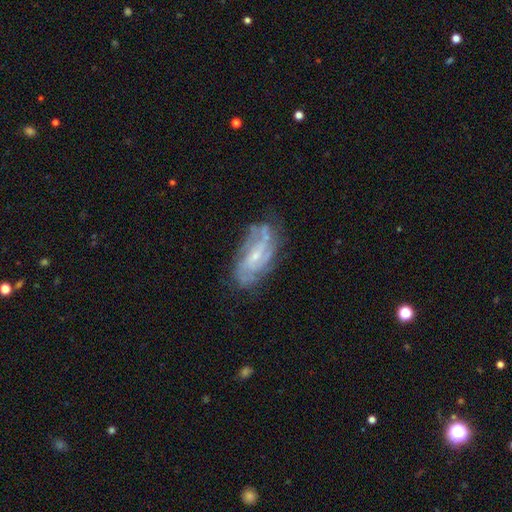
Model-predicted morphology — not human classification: smooth_or_featured: featured or disk (p=0.80) [alt: smooth p=0.13]
disk_edge_on: no (p=0.93) [alt: yes p=0.07]
bar: no (p=0.45) [alt: weak p=0.43]
has_spiral_arms: yes (p=0.91) [alt: no p=0.09]
spiral_winding: tight (p=0.43) [alt: medium p=0.40]
spiral_arm_count: can't tell (p=0.35) [alt: 2 p=0.25]
bulge_size: small (p=0.67) [alt: moderate p=0.25]
merging: none (p=0.69) [alt: minor disturbance p=0.20]